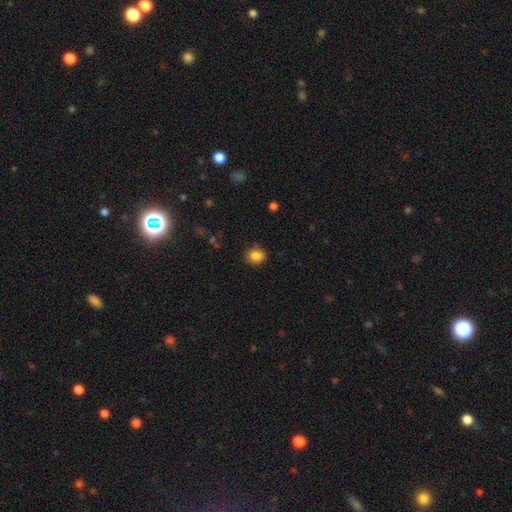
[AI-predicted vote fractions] Q: Smooth or featured?
A: smooth (85%); runner-up: star or artifact (10%)
Q: How rounded?
A: round (58%); runner-up: in between (41%)
Q: Merging?
A: none (77%); runner-up: minor disturbance (17%)